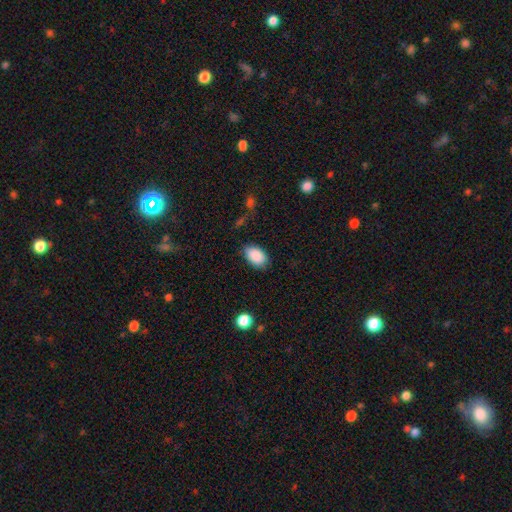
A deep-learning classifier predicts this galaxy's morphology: Smooth or featured: smooth — 89% (star or artifact — 7%)
How rounded: in between — 91% (round — 8%)
Merging: none — 80% (minor disturbance — 15%)